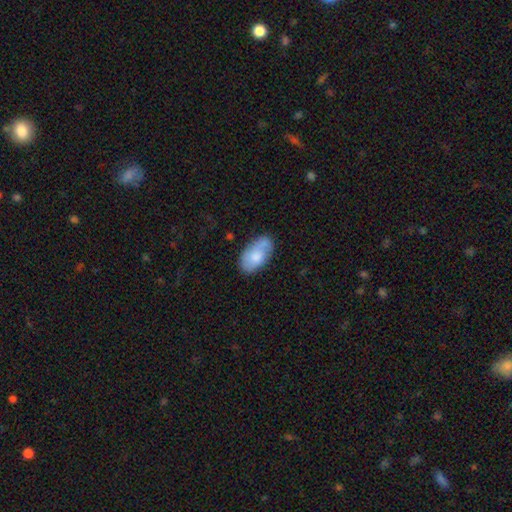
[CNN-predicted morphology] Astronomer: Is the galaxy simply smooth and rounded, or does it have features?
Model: smooth — 63%.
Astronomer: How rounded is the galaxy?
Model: in between — 94%.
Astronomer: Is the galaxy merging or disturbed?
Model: none — 62%.